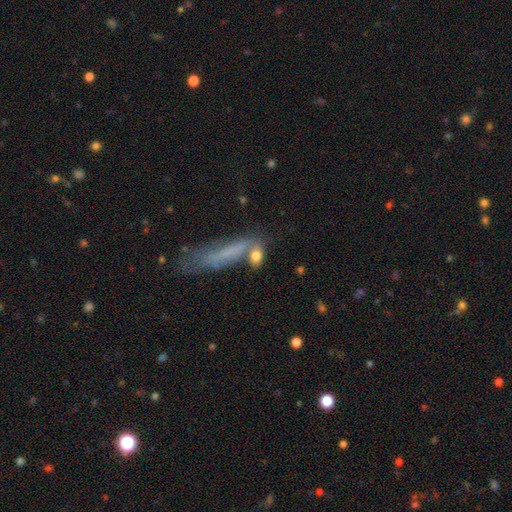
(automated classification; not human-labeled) smooth 76%, featured or disk 16%, star or artifact 8%. Down the decision tree: how rounded — in between (68%); merging — none (49%).